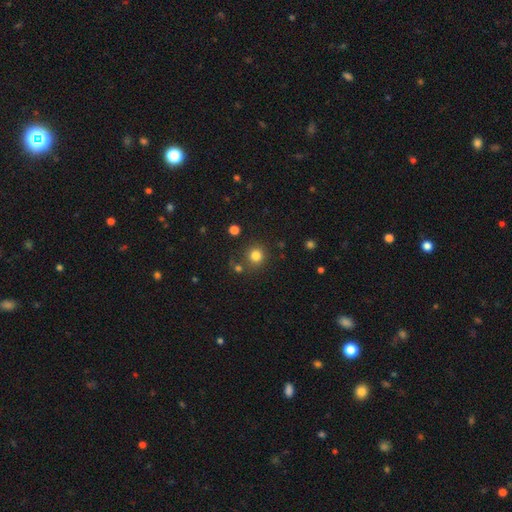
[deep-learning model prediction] smooth_or_featured: smooth (p=0.81) [alt: star or artifact p=0.13]
how_rounded: round (p=0.92) [alt: in between p=0.07]
merging: none (p=0.78) [alt: minor disturbance p=0.09]